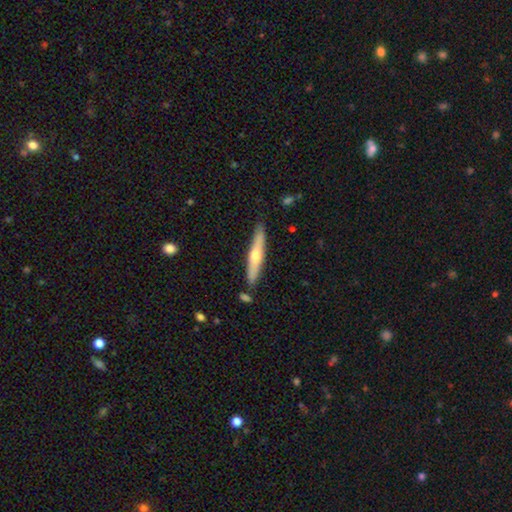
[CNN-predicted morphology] The model was most divided on "smooth or featured": featured or disk: 54%, smooth: 41%, star or artifact: 5%. More confident: edge-on disk — yes (93%); merging — none (86%).